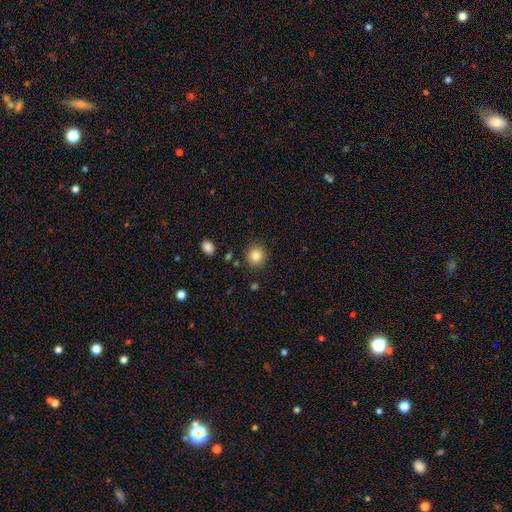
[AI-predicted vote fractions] Morphology: type=smooth (84%); roundness=round (85%); merging=none (89%).